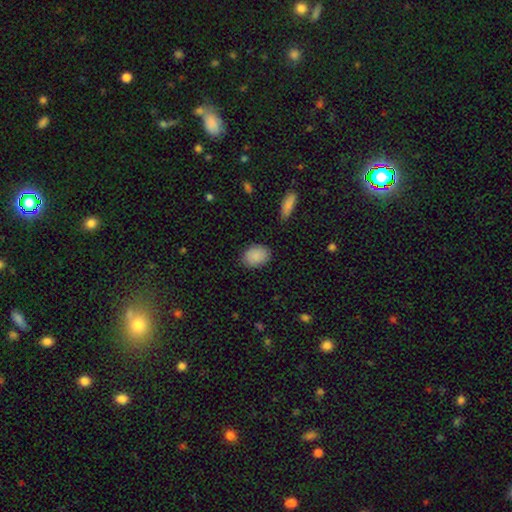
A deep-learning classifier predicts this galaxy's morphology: Overall: smooth (89%). How rounded: in between (72%). Merging: none (85%).